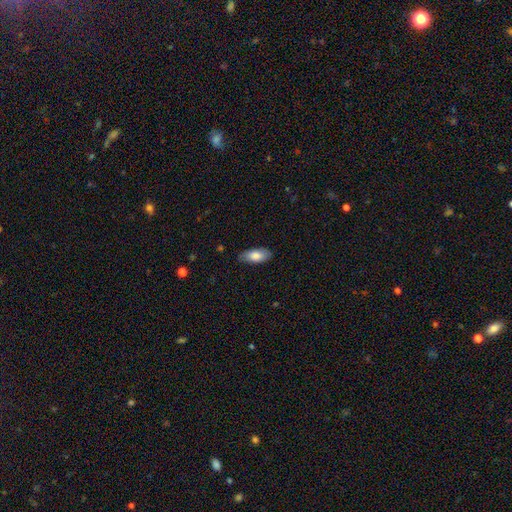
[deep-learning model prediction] Smooth or featured: smooth — 79% (featured or disk — 15%)
How rounded: in between — 86% (cigar-shaped — 12%)
Merging: none — 80% (minor disturbance — 16%)